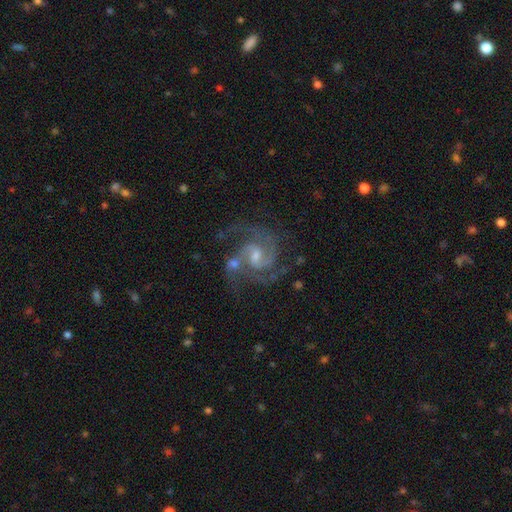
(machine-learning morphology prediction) Overall: featured or disk (91%). Edge-on disk: no (98%). Bar: weak (55%; no 31%). Spiral arms: yes (98%). Spiral arm count: 2 (67%). Spiral winding: medium (57%; tight 33%). Bulge size: small (52%; moderate 40%). Merging: none (60%).